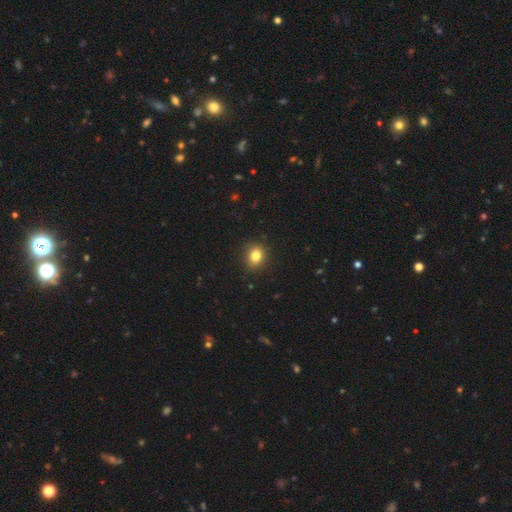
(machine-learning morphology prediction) Q: Smooth or featured?
A: smooth (82%); runner-up: star or artifact (11%)
Q: How rounded?
A: round (63%); runner-up: in between (36%)
Q: Merging?
A: none (88%); runner-up: minor disturbance (8%)